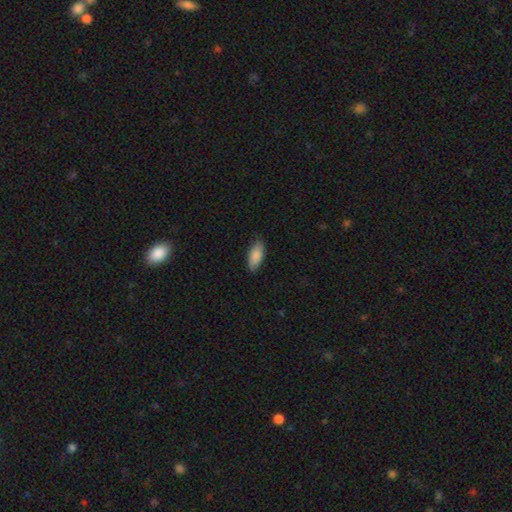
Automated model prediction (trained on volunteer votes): smooth_or_featured: smooth (p=0.87) [alt: featured or disk p=0.07]
how_rounded: in between (p=0.85) [alt: cigar-shaped p=0.14]
merging: none (p=0.85) [alt: minor disturbance p=0.12]